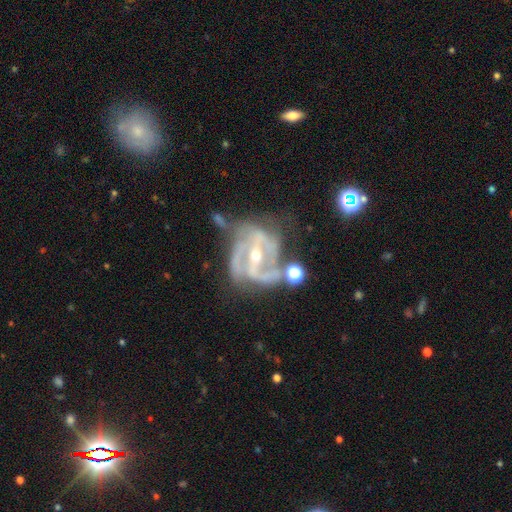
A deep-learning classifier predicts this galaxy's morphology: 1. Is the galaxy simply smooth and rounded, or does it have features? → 89% featured or disk, 6% star or artifact, 5% smooth.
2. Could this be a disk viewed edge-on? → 97% no, 3% yes.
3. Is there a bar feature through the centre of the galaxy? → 58% strong, 28% weak, 14% no.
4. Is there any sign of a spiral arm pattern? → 92% yes, 8% no.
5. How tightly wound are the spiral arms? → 47% medium, 35% tight, 18% loose.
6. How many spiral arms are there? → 48% 2, 24% 3, 16% can't tell, 5% 4, 4% 1, 3% more than 4.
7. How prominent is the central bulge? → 60% small, 38% moderate, 1% large, 1% none, 1% dominant.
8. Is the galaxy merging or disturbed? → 41% none, 25% major disturbance, 25% minor disturbance, 9% merger.